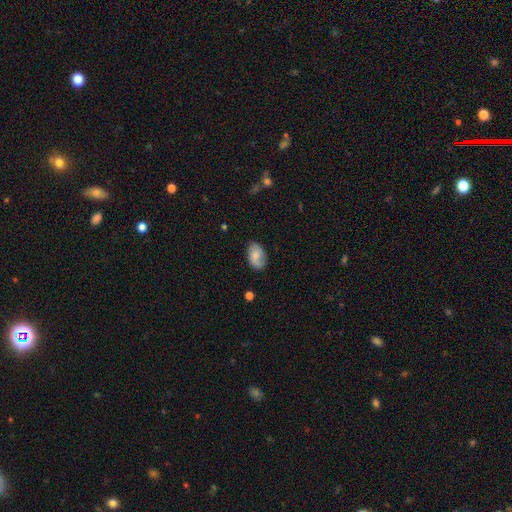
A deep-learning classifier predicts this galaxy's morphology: Smooth or featured?
  - smooth: 63% *
  - featured or disk: 30%
  - star or artifact: 8%
How rounded?
  - in between: 88% *
  - round: 10%
  - cigar-shaped: 1%
Merging?
  - none: 71% *
  - minor disturbance: 22%
  - major disturbance: 6%
  - merger: 2%